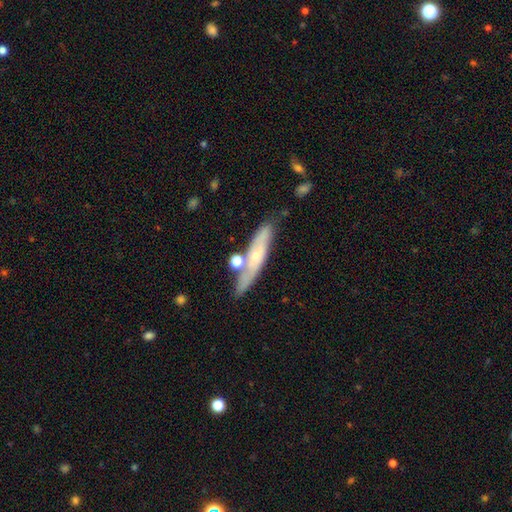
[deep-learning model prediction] Smooth or featured? featured or disk (49%)
Merging? none (66%)